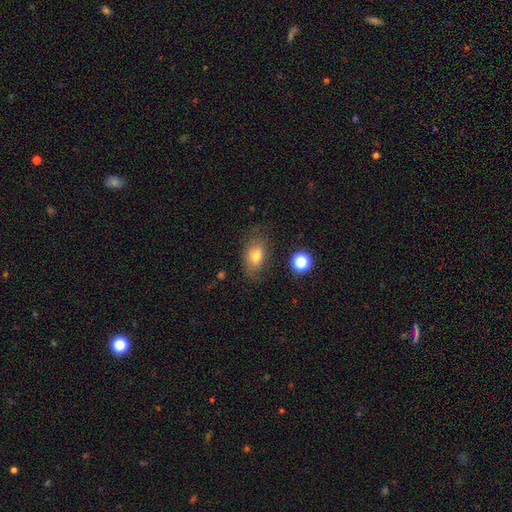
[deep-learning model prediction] This appears to be a smooth galaxy with no disk features (73%) that is in between round and cigar-shaped (85%). Merging: none (69%).